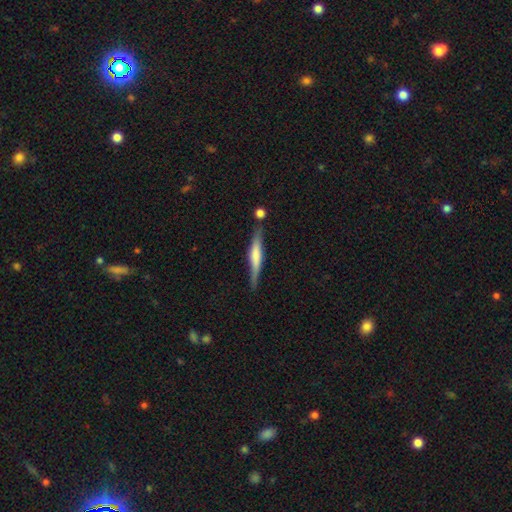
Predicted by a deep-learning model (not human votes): featured or disk 52%, smooth 42%, star or artifact 6%. Down the decision tree: edge-on disk — yes (95%); merging — none (74%).